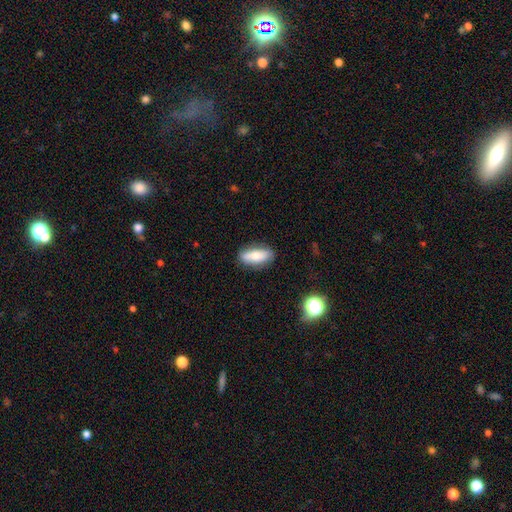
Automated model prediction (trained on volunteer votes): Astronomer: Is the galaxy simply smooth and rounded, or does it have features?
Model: smooth — 70%.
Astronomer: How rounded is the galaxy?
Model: in between — 73%.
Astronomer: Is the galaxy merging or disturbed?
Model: none — 83%.